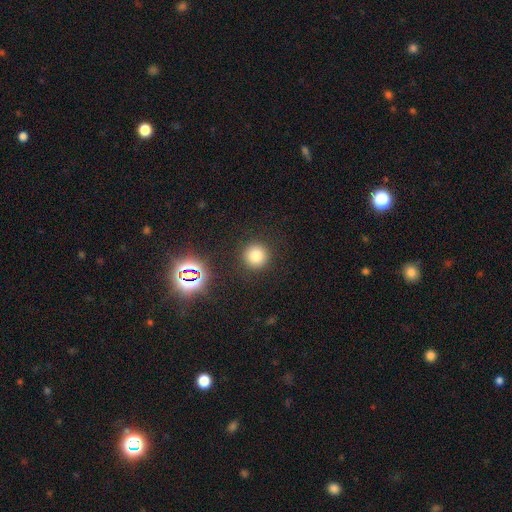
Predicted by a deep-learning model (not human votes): This is likely a smooth galaxy (77%). How rounded: clearly round (95%). Merging: clearly none (90%).